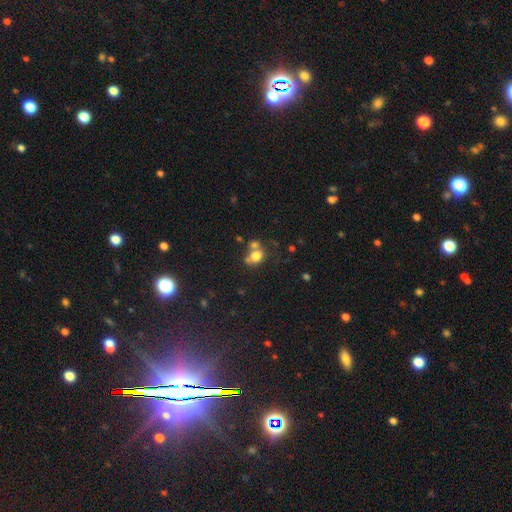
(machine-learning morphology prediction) smooth_or_featured: smooth (p=0.74) [alt: featured or disk p=0.13]
how_rounded: round (p=0.56) [alt: in between p=0.43]
merging: none (p=0.41) [alt: merger p=0.38]